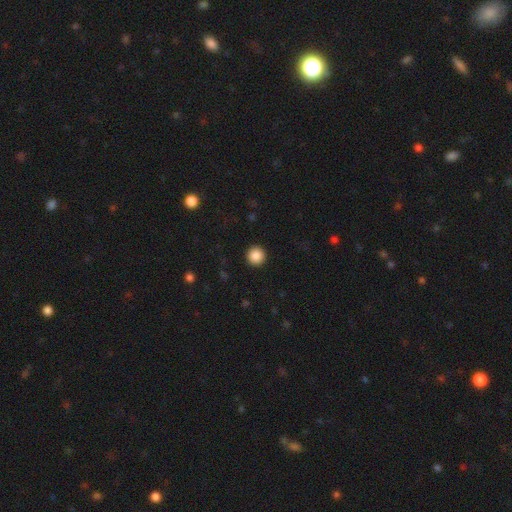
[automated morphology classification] smooth-or-featured: smooth: 87% | star or artifact: 10% | featured or disk: 3%
  how-rounded: round: 96% | in between: 3% | cigar-shaped: 1%
  merging: none: 93% | minor disturbance: 4% | major disturbance: 2% | merger: 1%